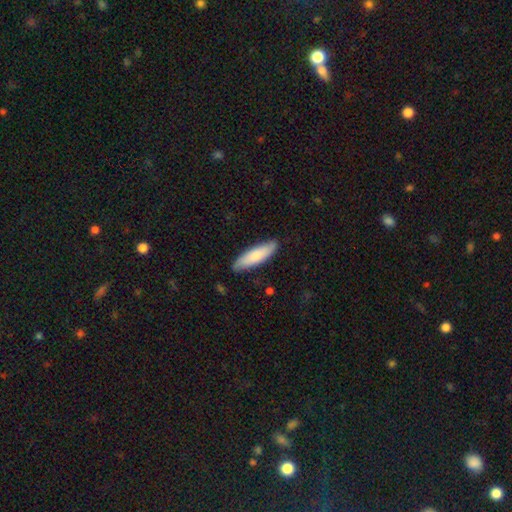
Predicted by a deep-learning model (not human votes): Smooth or featured?
  - smooth: 75% *
  - featured or disk: 20%
  - star or artifact: 5%
How rounded?
  - cigar-shaped: 59% *
  - in between: 40%
  - round: 1%
Merging?
  - none: 85% *
  - minor disturbance: 12%
  - major disturbance: 2%
  - merger: 1%